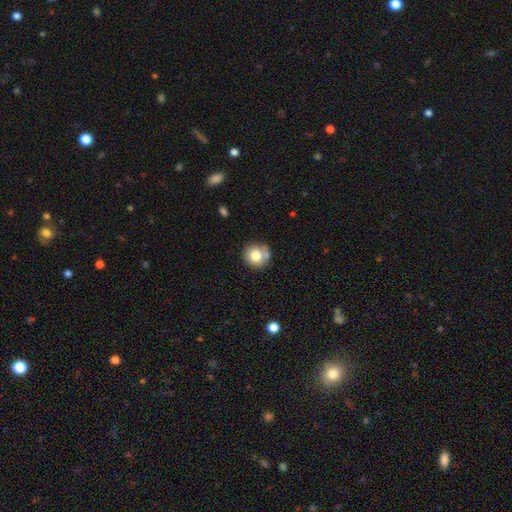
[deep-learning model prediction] The model was most divided on "merging": none: 68%, minor disturbance: 21%, merger: 6%, major disturbance: 5%. More confident: how rounded — round (88%); smooth or featured — smooth (78%).